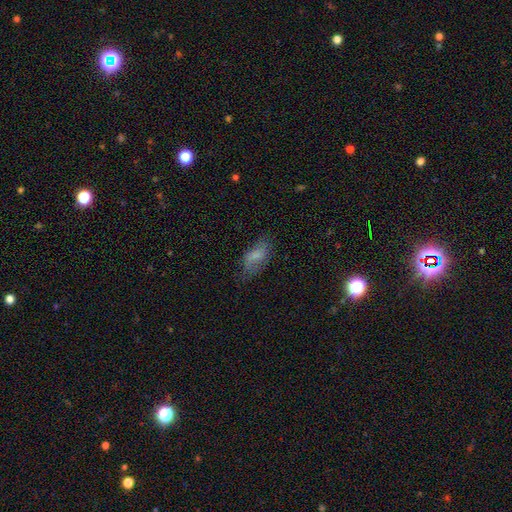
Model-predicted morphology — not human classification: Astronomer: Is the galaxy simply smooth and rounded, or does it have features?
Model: smooth — 68%.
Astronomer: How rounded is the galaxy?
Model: in between — 87%.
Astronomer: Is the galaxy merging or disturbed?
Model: none — 58%.